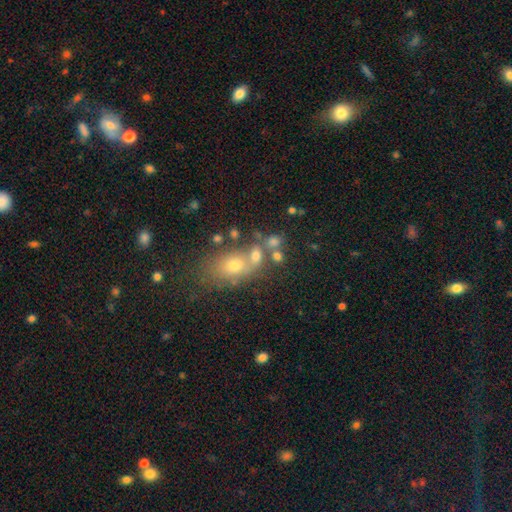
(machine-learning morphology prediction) Smooth or featured? Predicted: smooth (p=0.65). How rounded? Predicted: in between (p=0.58). Merging? Predicted: none (p=0.42).